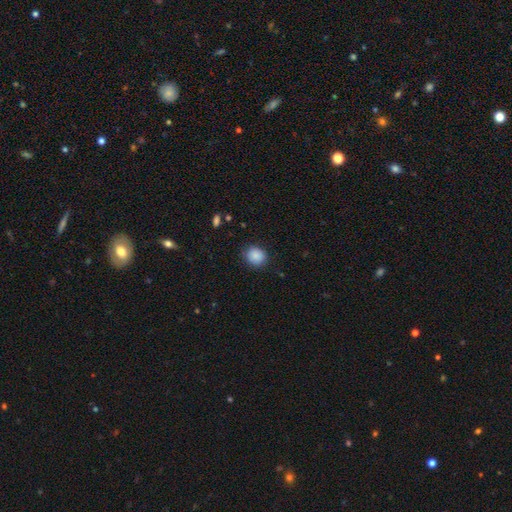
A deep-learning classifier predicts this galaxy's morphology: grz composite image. It shows a smooth galaxy with no disk features (88%) that is round (74%). Merging: none (83%).